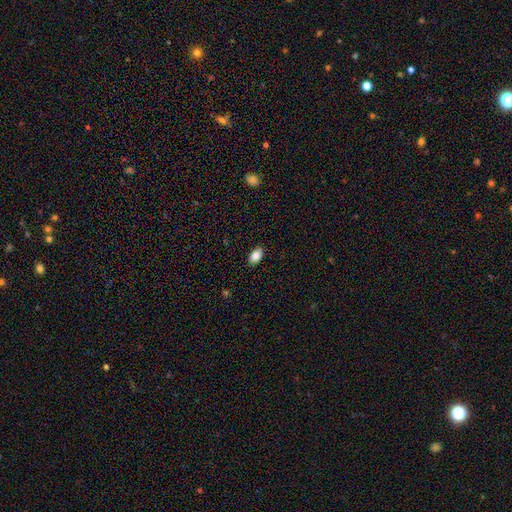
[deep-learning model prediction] This appears to be a smooth galaxy with no disk features (87%) that is in between round and cigar-shaped (91%). Merging: none (88%).